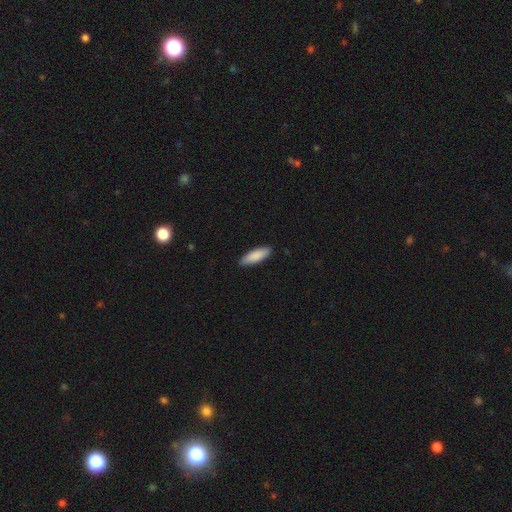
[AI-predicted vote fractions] A smooth galaxy with no disk features (88%) that is in between round and cigar-shaped (58%). Merging: none (89%).